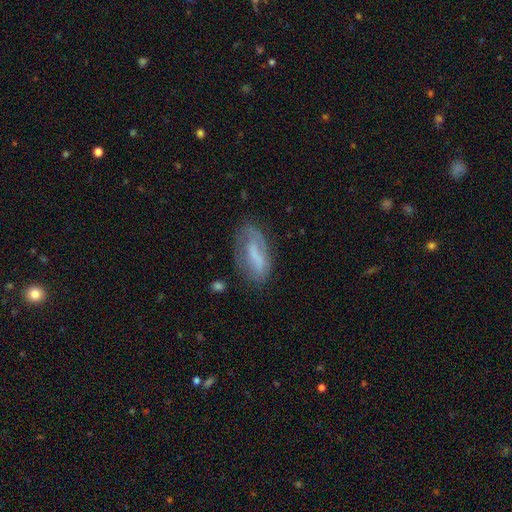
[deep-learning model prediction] This appears to be a smooth galaxy with no disk features (47%). Merging: none (58%).